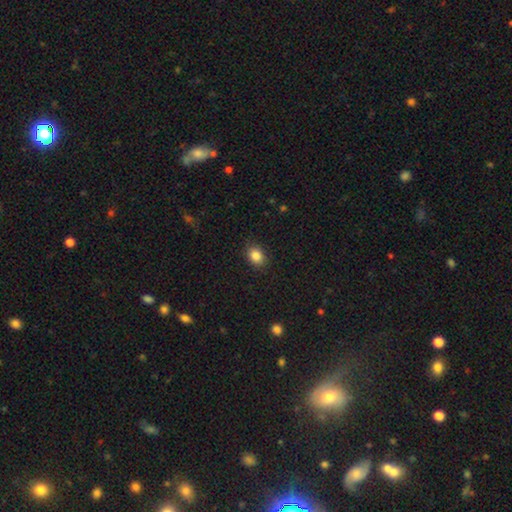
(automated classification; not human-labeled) A smooth galaxy with no disk features (86%) that is in between round and cigar-shaped (61%). Merging: none (87%).